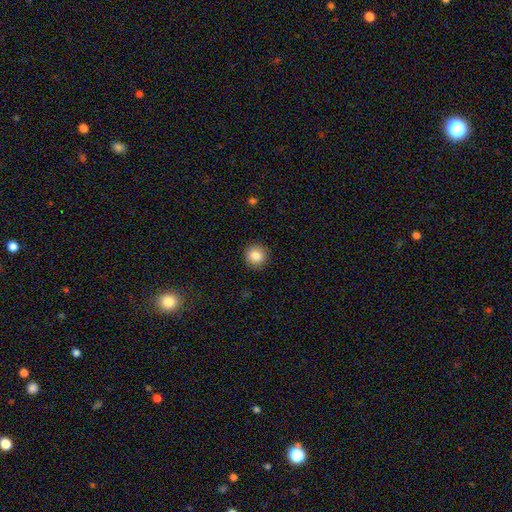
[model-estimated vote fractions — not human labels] Morphology: type=smooth (86%); roundness=round (93%); merging=none (91%).